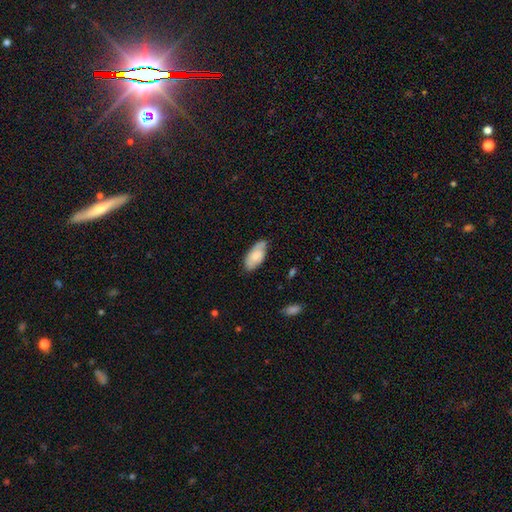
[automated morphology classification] Q: Smooth or featured?
A: smooth (70%); runner-up: featured or disk (24%)
Q: How rounded?
A: in between (92%); runner-up: cigar-shaped (6%)
Q: Merging?
A: none (67%); runner-up: minor disturbance (26%)